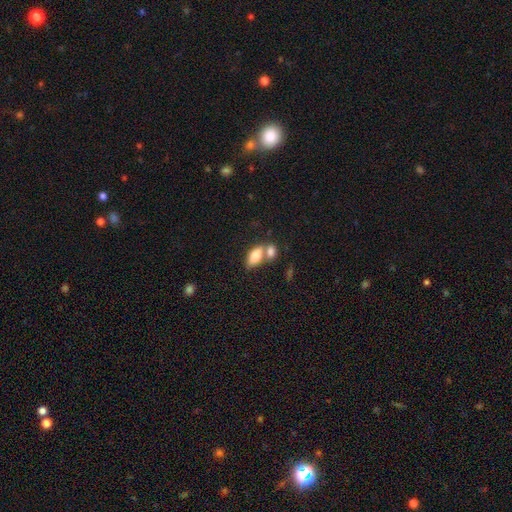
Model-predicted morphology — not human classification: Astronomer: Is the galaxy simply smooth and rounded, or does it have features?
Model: smooth — 78%.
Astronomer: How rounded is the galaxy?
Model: in between — 87%.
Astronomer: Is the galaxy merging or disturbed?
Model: merger — 51% (runner-up: none, 36%).